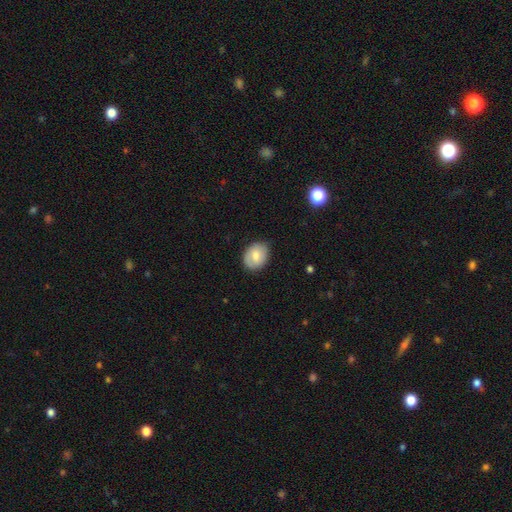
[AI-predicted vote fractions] This is likely a smooth galaxy (72%). How rounded: possibly in between (58%). Merging: clearly none (81%).